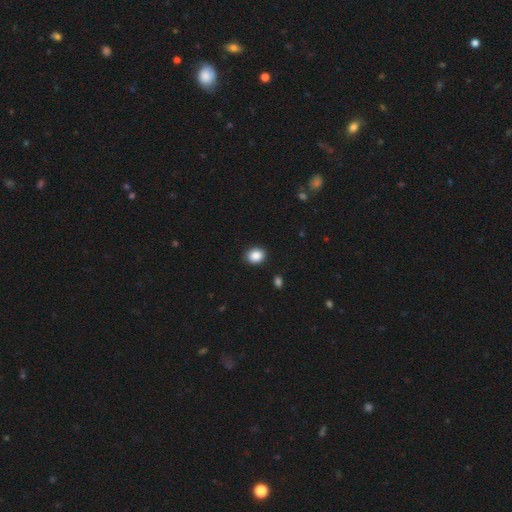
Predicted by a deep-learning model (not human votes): Smooth or featured? Predicted: smooth (p=0.88). How rounded? Predicted: round (p=0.55). Merging? Predicted: none (p=0.90).